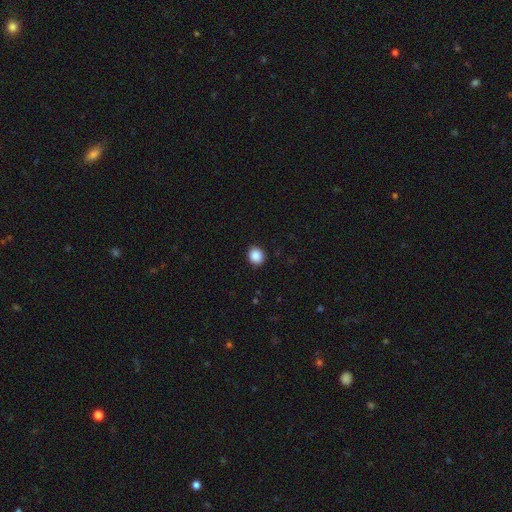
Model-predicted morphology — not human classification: Smooth or featured? smooth (89%)
How rounded? round (77%)
Merging? none (91%)